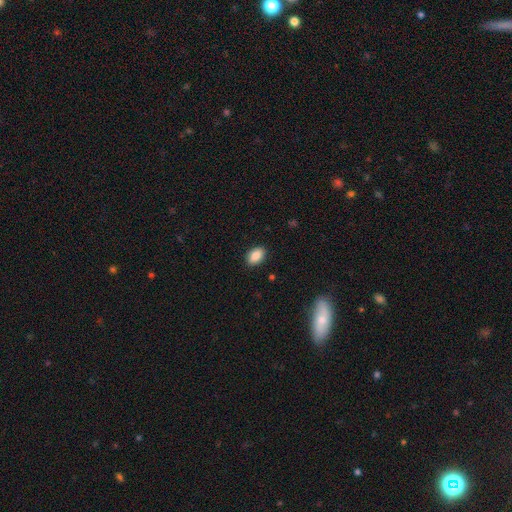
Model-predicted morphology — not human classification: Q: Smooth or featured?
A: smooth (89%); runner-up: star or artifact (7%)
Q: How rounded?
A: in between (88%); runner-up: round (10%)
Q: Merging?
A: none (89%); runner-up: minor disturbance (8%)